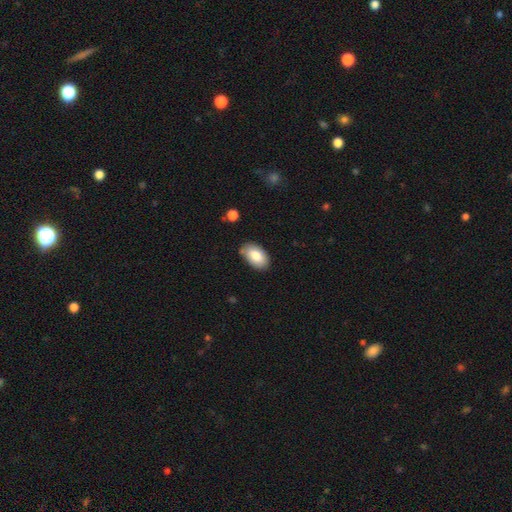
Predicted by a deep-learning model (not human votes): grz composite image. It shows a smooth galaxy with no disk features (82%) that is in between round and cigar-shaped (93%). Merging: none (80%).